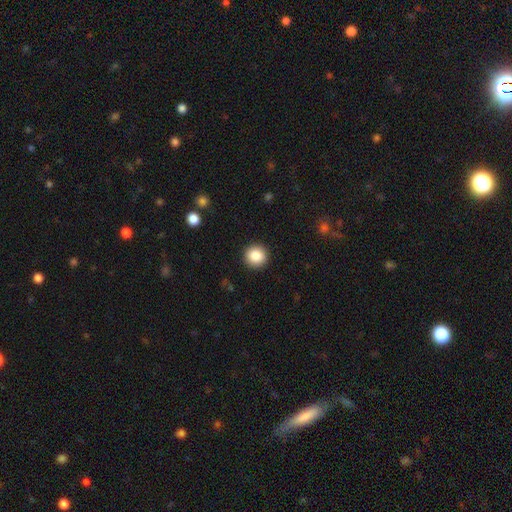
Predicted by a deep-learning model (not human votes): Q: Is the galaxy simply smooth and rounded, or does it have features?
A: smooth — 86%.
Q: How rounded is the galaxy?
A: round — 94%.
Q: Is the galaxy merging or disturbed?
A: none — 92%.